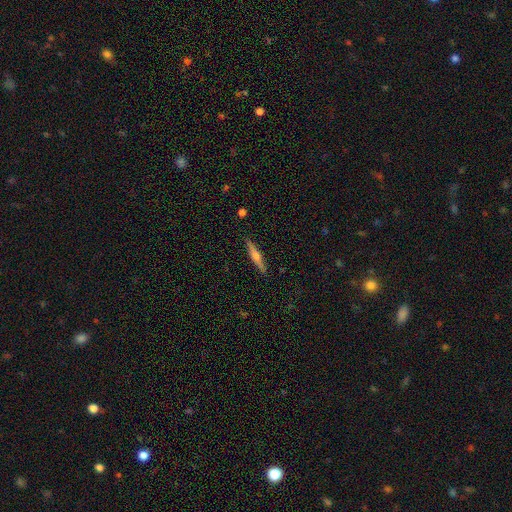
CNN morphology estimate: Smooth or featured?
  - featured or disk: 63% *
  - smooth: 31%
  - star or artifact: 6%
Edge-on disk?
  - yes: 97% *
  - no: 3%
Edge-on bulge?
  - rounded: 88% *
  - boxy: 7%
  - none: 5%
Merging?
  - none: 90% *
  - minor disturbance: 7%
  - major disturbance: 2%
  - merger: 1%